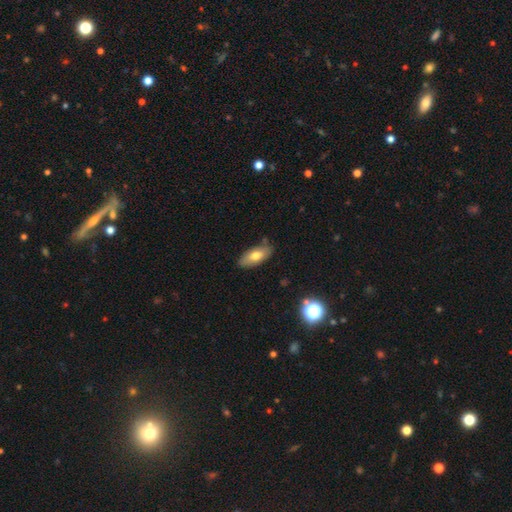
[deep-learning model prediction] smooth-or-featured: smooth: 70% | featured or disk: 23% | star or artifact: 7%
  how-rounded: in between: 86% | cigar-shaped: 11% | round: 3%
  merging: none: 80% | minor disturbance: 14% | merger: 3% | major disturbance: 2%